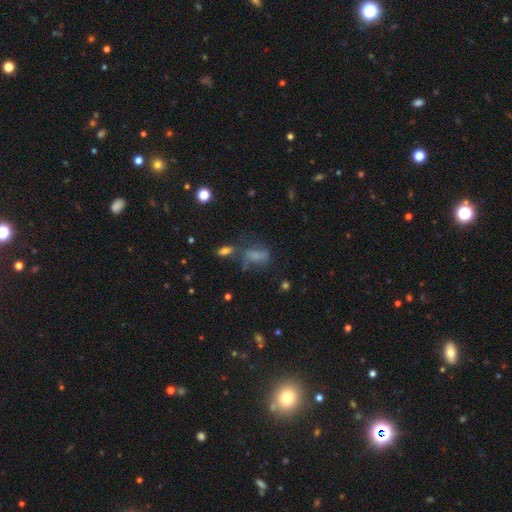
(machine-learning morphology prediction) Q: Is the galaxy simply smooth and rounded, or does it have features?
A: smooth — 57%.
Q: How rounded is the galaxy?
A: in between — 78%.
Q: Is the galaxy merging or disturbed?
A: none — 37%.